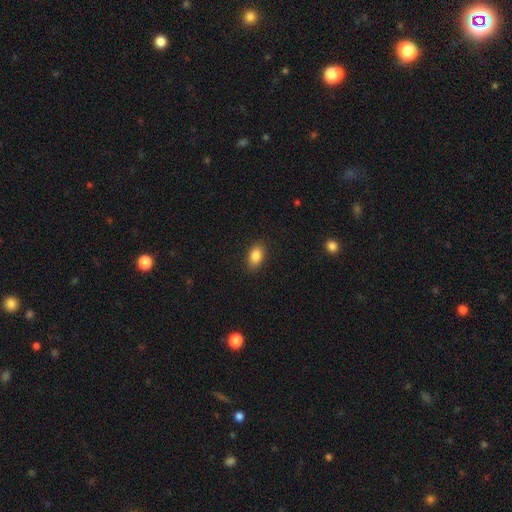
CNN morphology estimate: Smooth or featured? smooth (85%)
How rounded? in between (88%)
Merging? none (88%)